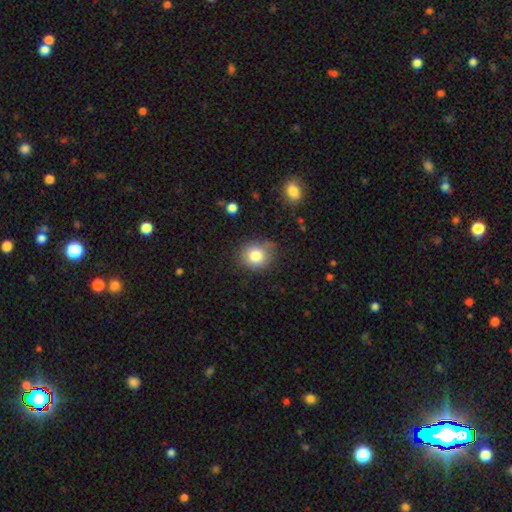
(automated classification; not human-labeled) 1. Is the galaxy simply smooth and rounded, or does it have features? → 82% smooth, 10% star or artifact, 8% featured or disk.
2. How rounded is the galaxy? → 75% round, 24% in between, 1% cigar-shaped.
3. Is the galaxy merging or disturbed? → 73% none, 20% minor disturbance, 5% major disturbance, 2% merger.